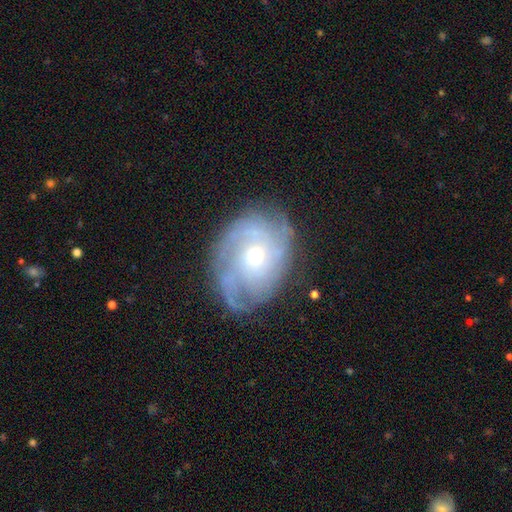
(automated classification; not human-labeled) Smooth or featured?
  - featured or disk: 81% *
  - smooth: 12%
  - star or artifact: 7%
Edge-on disk?
  - no: 96% *
  - yes: 4%
Bar?
  - no: 77% *
  - weak: 19%
  - strong: 4%
Spiral arms?
  - yes: 92% *
  - no: 8%
Spiral winding?
  - tight: 62% *
  - medium: 28%
  - loose: 10%
Spiral arm count?
  - can't tell: 37% *
  - 3: 20%
  - 2: 15%
  - 4: 14%
  - more than 4: 7%
  - 1: 6%
Bulge size?
  - small: 49% *
  - moderate: 47%
  - large: 2%
  - none: 1%
  - dominant: 1%
Merging?
  - none: 71% *
  - minor disturbance: 19%
  - major disturbance: 9%
  - merger: 1%